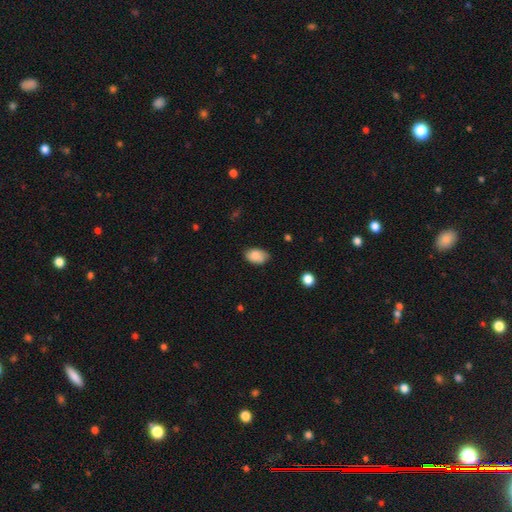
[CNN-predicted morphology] Overall: smooth (86%). How rounded: in between (89%). Merging: none (70%).